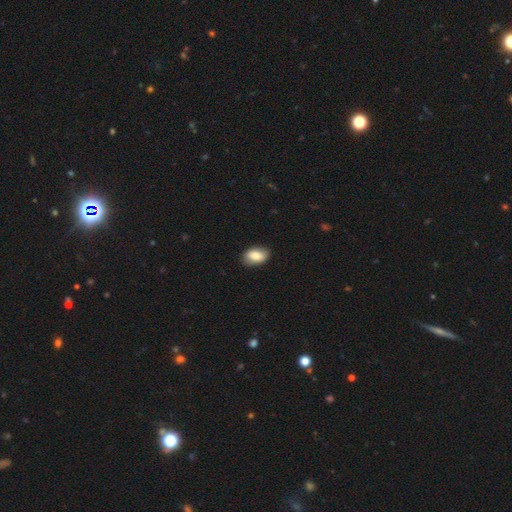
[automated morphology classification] type=smooth (81%); roundness=in between (91%); merging=none (83%).